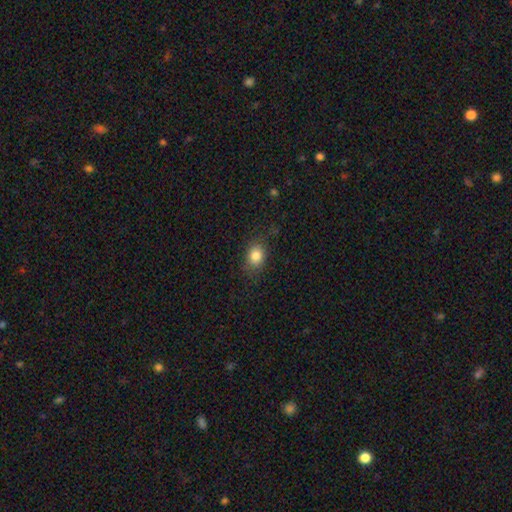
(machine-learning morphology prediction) This is clearly a smooth galaxy (83%). How rounded: possibly in between (57%). Merging: likely none (77%).